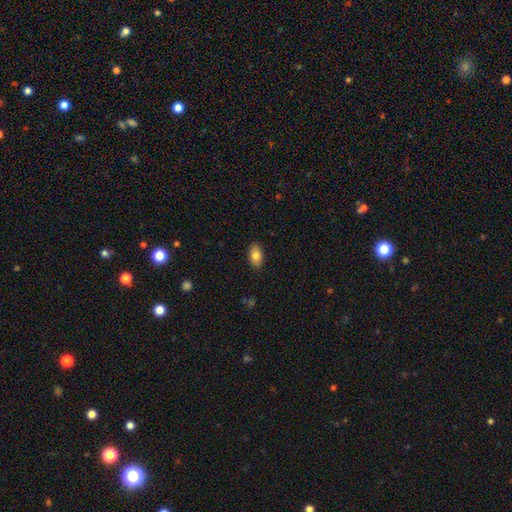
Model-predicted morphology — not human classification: Smooth or featured? smooth (80%)
How rounded? in between (92%)
Merging? none (88%)